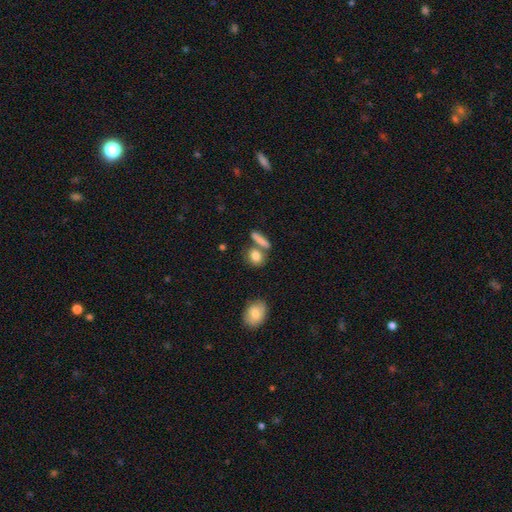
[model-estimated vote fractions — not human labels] This is clearly a smooth galaxy (83%). How rounded: possibly in between (50%). Merging: possibly none (60%).